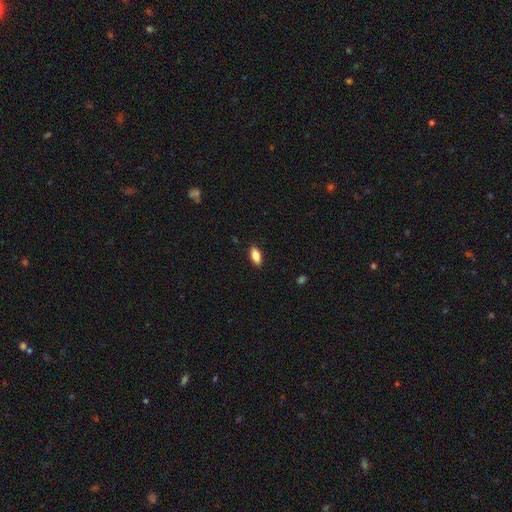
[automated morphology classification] type=smooth (83%); roundness=in between (87%); merging=none (89%).